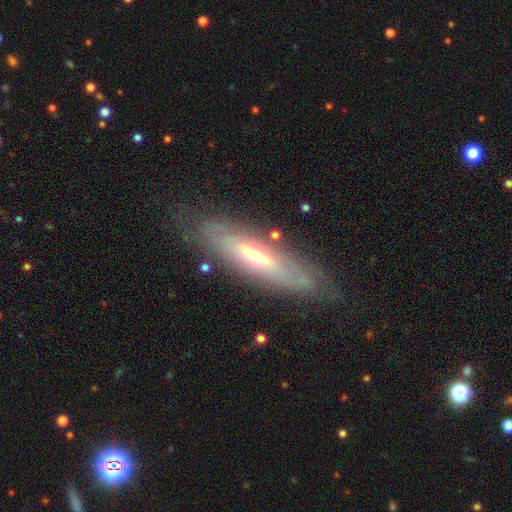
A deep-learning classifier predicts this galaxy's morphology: A featured or disk galaxy (66%).

Vote fractions:
- Smooth or featured? featured or disk: 66% / smooth: 27% / star or artifact: 7%
- Edge-on disk? no: 53% / yes: 47%
- Merging? none: 78% / minor disturbance: 15% / major disturbance: 5% / merger: 2%